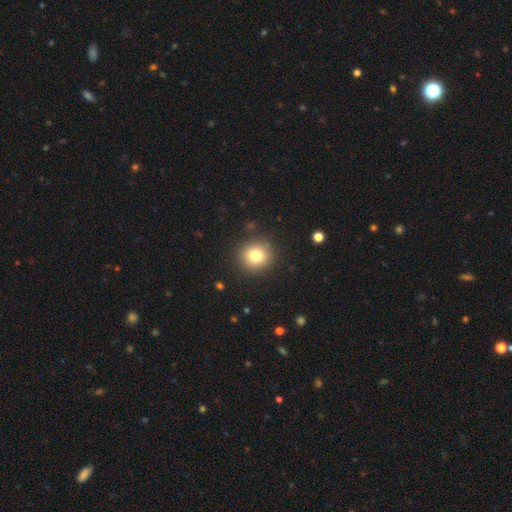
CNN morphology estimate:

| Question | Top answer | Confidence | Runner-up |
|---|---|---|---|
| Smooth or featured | smooth | 78% | star or artifact (12%) |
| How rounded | round | 89% | in between (10%) |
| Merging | none | 89% | minor disturbance (7%) |